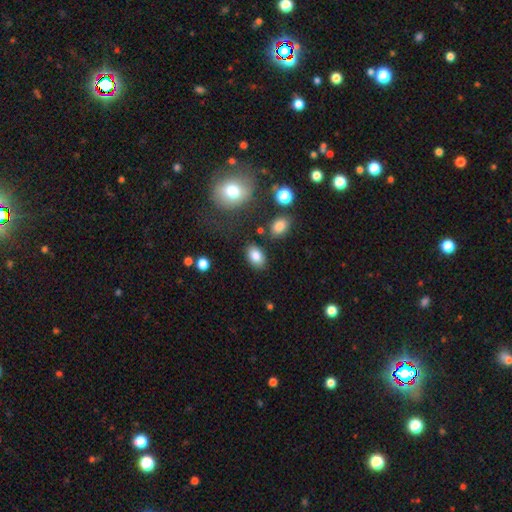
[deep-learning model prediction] Smooth or featured? Predicted: smooth (p=0.84). How rounded? Predicted: in between (p=0.83). Merging? Predicted: none (p=0.82).